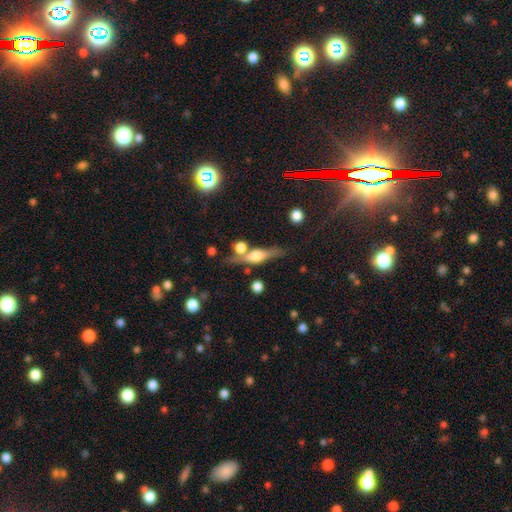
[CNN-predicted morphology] Overall: featured or disk (63%; smooth 28%). Edge-on disk: yes (92%). Edge-on bulge: rounded (90%). Merging: none (65%).